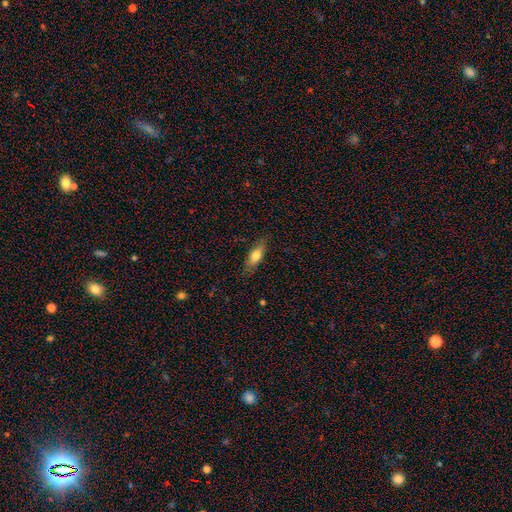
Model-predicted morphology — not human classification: Q: Smooth or featured?
A: smooth (71%); runner-up: featured or disk (22%)
Q: How rounded?
A: in between (65%); runner-up: cigar-shaped (32%)
Q: Merging?
A: none (83%); runner-up: minor disturbance (13%)